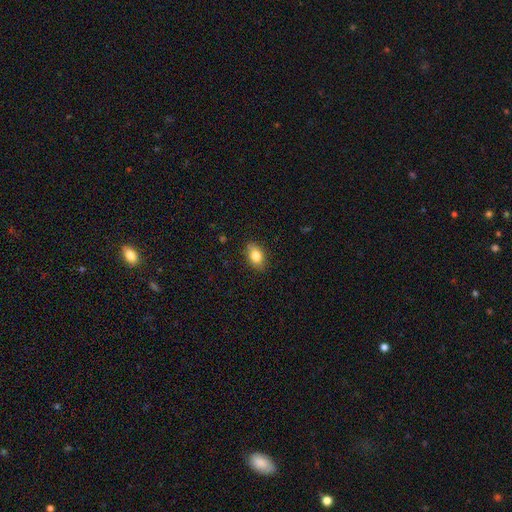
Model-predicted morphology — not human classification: Q: Smooth or featured?
A: smooth (84%); runner-up: star or artifact (8%)
Q: How rounded?
A: in between (82%); runner-up: round (16%)
Q: Merging?
A: none (85%); runner-up: minor disturbance (12%)